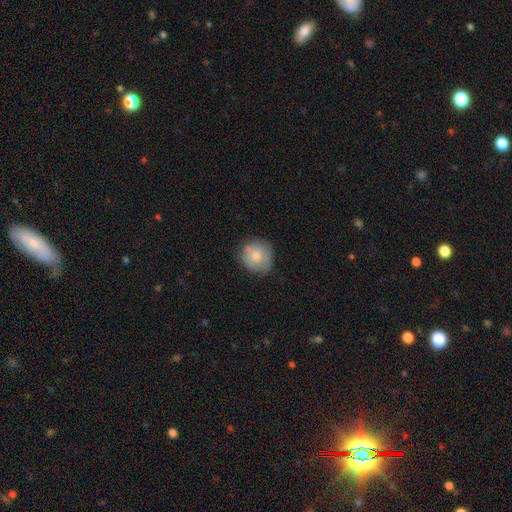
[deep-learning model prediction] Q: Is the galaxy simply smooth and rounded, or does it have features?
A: smooth — 71%.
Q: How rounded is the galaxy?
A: round — 89%.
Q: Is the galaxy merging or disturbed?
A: none — 68%.